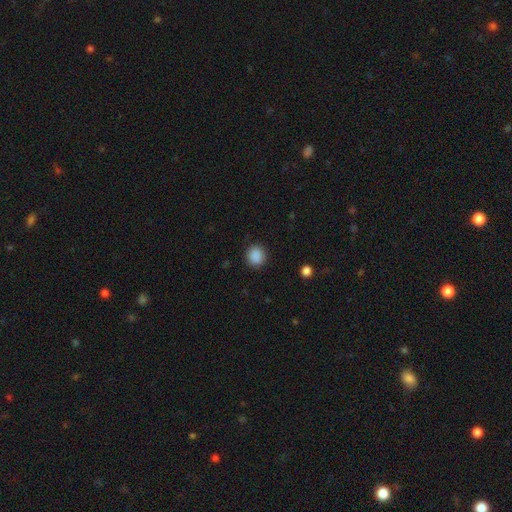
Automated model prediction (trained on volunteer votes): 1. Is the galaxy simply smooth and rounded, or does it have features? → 88% smooth, 9% star or artifact, 3% featured or disk.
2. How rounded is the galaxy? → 88% round, 11% in between, 1% cigar-shaped.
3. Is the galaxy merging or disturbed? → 89% none, 7% minor disturbance, 3% major disturbance, 1% merger.